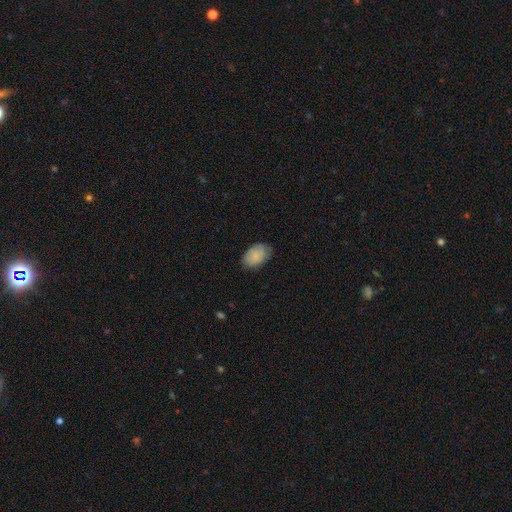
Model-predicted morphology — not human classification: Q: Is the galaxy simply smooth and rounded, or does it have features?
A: smooth — 84%.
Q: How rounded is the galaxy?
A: in between — 88%.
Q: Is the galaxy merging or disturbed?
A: none — 78%.